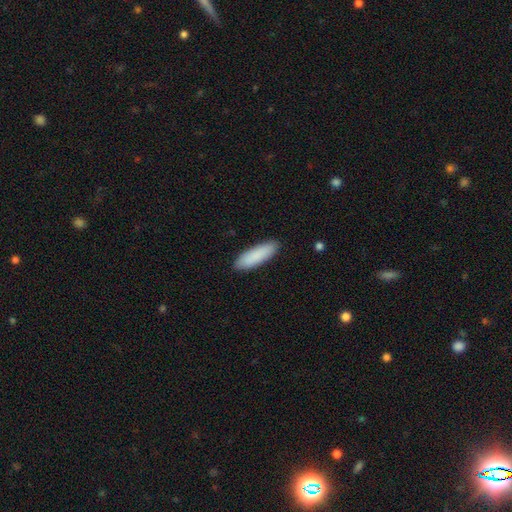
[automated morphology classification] smooth_or_featured: smooth (p=0.89) [alt: featured or disk p=0.06]
how_rounded: cigar-shaped (p=0.49) [tied with: in between p=0.49]
merging: none (p=0.89) [alt: minor disturbance p=0.08]